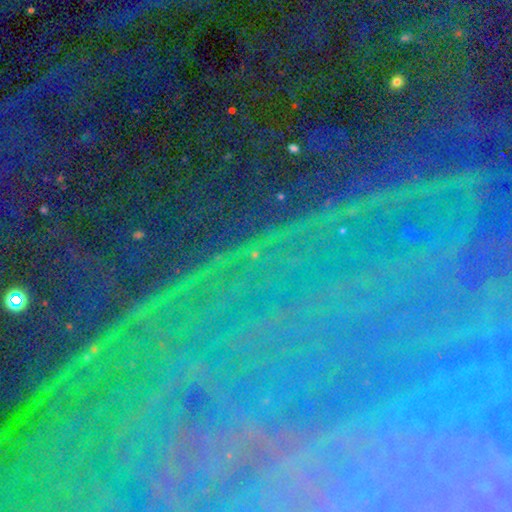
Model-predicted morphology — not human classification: Overall: star or artifact (86%).